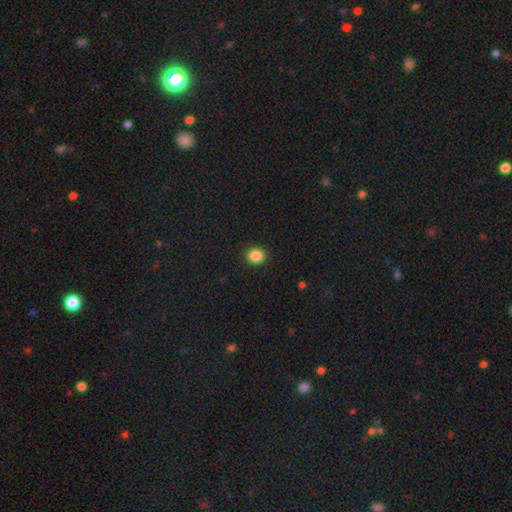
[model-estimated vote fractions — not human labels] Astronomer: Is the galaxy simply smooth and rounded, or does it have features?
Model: smooth — 87%.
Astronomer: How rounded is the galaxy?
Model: round — 73%.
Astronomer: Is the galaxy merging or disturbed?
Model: none — 92%.